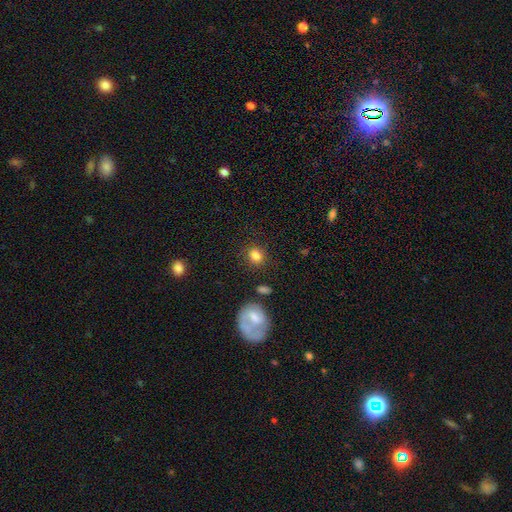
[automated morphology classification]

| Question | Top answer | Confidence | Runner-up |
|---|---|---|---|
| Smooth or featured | smooth | 83% | star or artifact (10%) |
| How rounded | round | 68% | in between (31%) |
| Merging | none | 82% | minor disturbance (11%) |